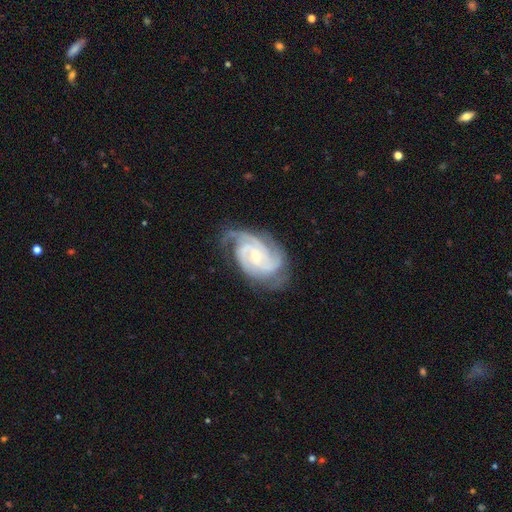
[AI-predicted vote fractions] Morphology: type=featured or disk (91%); edge-on=no (98%); bar=no (56%); spiral arms=yes (98%); winding=tight (64%); arm count=3 (47%); bulge=small (63%); merging=none (71%).